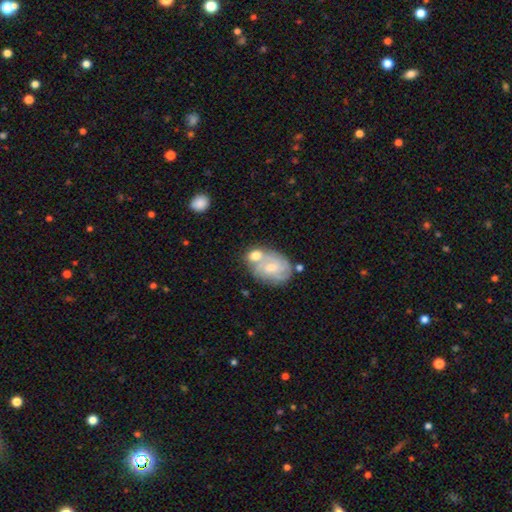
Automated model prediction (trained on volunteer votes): Morphology: type=featured or disk (57%); edge-on=no (97%); bar=no (60%); spiral arms=yes (84%); bulge=small (49%); merging=none (41%).